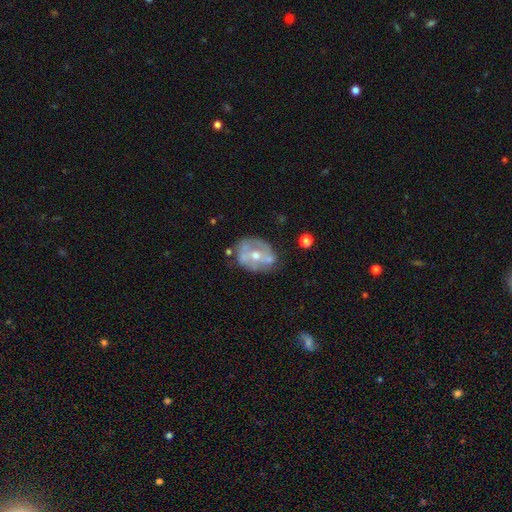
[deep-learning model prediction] Q: Smooth or featured?
A: featured or disk (72%); runner-up: smooth (20%)
Q: Edge-on disk?
A: no (95%); runner-up: yes (5%)
Q: Bar?
A: no (44%); runner-up: weak (33%)
Q: Spiral arms?
A: yes (58%); runner-up: no (42%)
Q: Bulge size?
A: moderate (61%); runner-up: small (36%)
Q: Merging?
A: none (60%); runner-up: minor disturbance (22%)